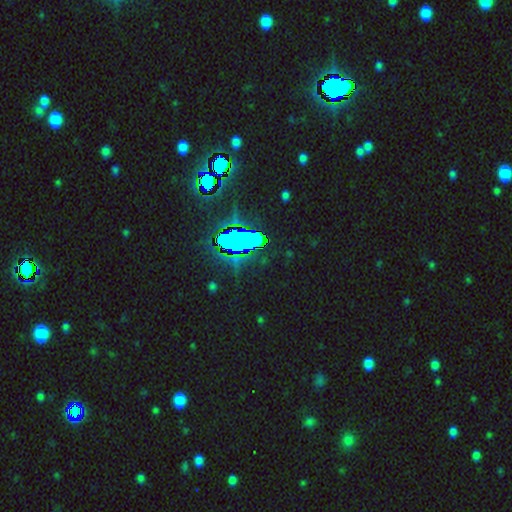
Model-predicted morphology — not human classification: smooth-or-featured: star or artifact: 83% | smooth: 10% | featured or disk: 8%